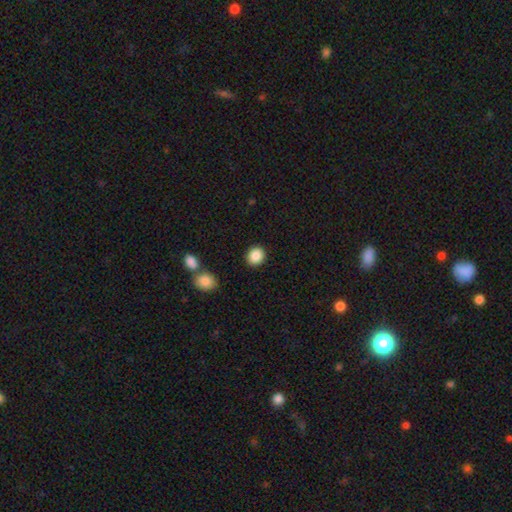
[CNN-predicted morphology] Q: Smooth or featured?
A: smooth (87%); runner-up: star or artifact (8%)
Q: How rounded?
A: round (75%); runner-up: in between (24%)
Q: Merging?
A: none (89%); runner-up: minor disturbance (6%)